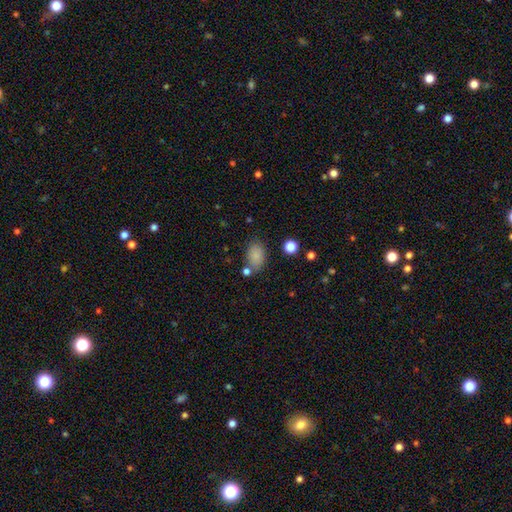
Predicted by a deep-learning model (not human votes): Smooth or featured? Predicted: smooth (p=0.85). How rounded? Predicted: in between (p=0.86). Merging? Predicted: none (p=0.71).